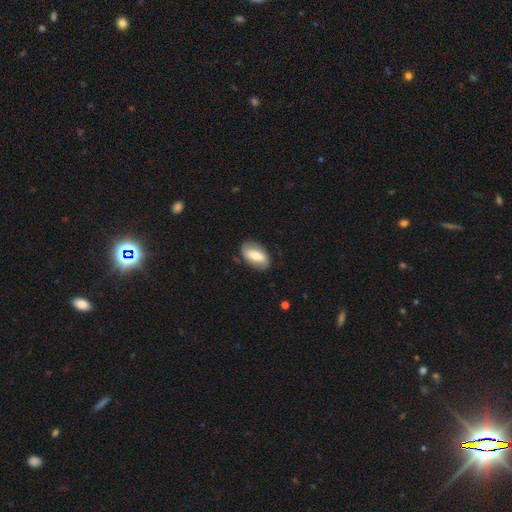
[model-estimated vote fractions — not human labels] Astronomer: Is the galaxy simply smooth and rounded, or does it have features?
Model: smooth — 64%.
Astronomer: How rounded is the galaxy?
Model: in between — 92%.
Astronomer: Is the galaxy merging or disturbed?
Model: none — 81%.